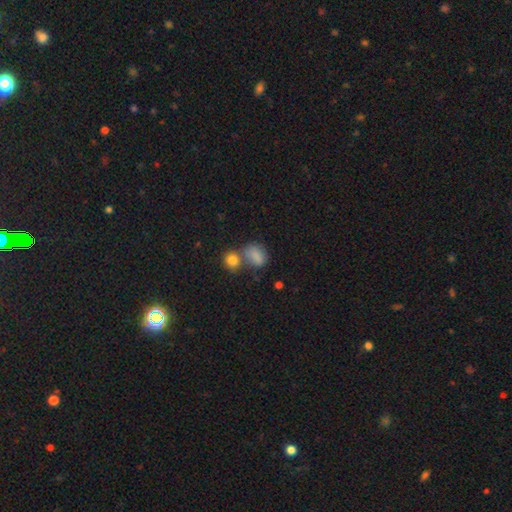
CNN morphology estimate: A smooth galaxy with no disk features (81%) that is in between round and cigar-shaped (70%).

Vote fractions:
- Smooth or featured? smooth: 81% / star or artifact: 11% / featured or disk: 8%
- How rounded? in between: 70% / round: 28% / cigar-shaped: 2%
- Merging? none: 39% / merger: 37% / minor disturbance: 16% / major disturbance: 8%